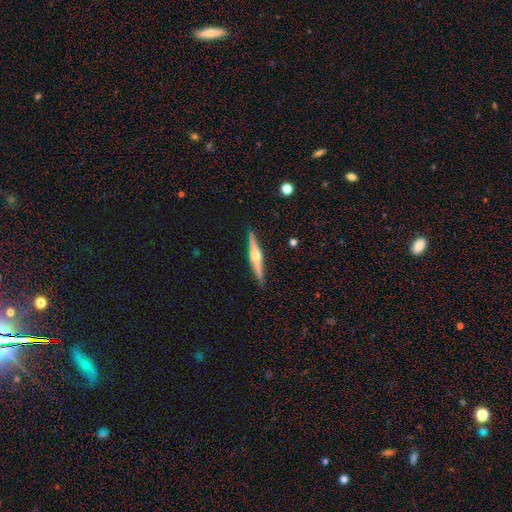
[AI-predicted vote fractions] Q: Smooth or featured?
A: featured or disk (72%); runner-up: smooth (22%)
Q: Edge-on disk?
A: yes (97%); runner-up: no (3%)
Q: Edge-on bulge?
A: rounded (90%); runner-up: boxy (6%)
Q: Merging?
A: none (90%); runner-up: minor disturbance (7%)